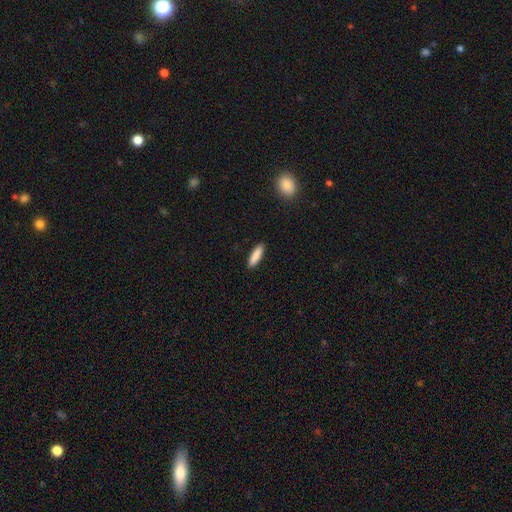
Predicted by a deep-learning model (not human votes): Smooth or featured?
  - smooth: 87% *
  - featured or disk: 7%
  - star or artifact: 6%
How rounded?
  - cigar-shaped: 70% *
  - in between: 29%
  - round: 2%
Merging?
  - none: 90% *
  - minor disturbance: 7%
  - major disturbance: 2%
  - merger: 1%